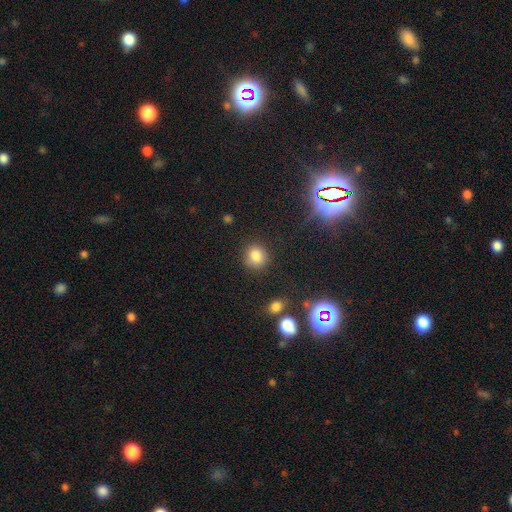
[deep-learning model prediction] Morphology: type=smooth (82%); roundness=round (85%); merging=none (85%).